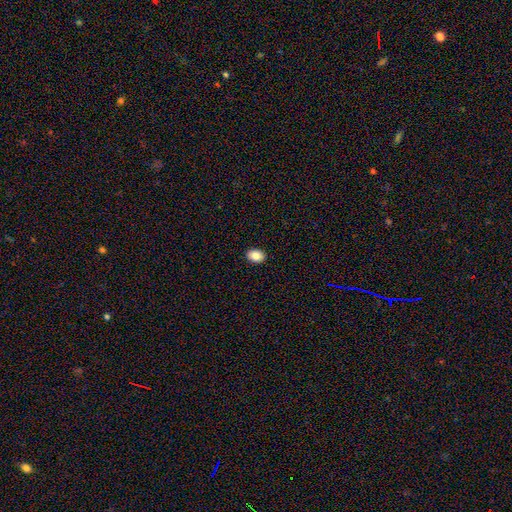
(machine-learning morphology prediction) Overall: smooth (87%). How rounded: in between (76%). Merging: none (91%).